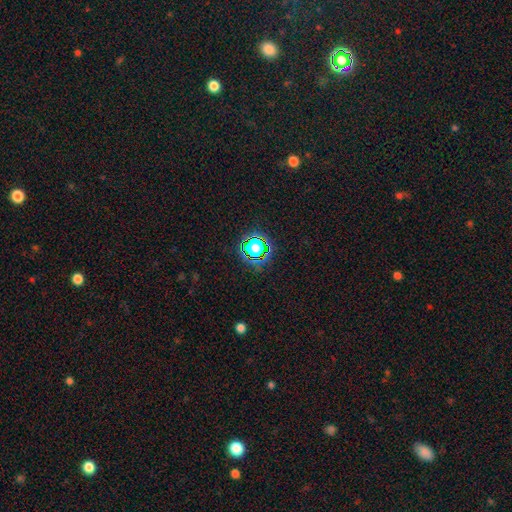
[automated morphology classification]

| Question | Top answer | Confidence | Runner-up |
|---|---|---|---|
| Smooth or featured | star or artifact | 78% | smooth (15%) |